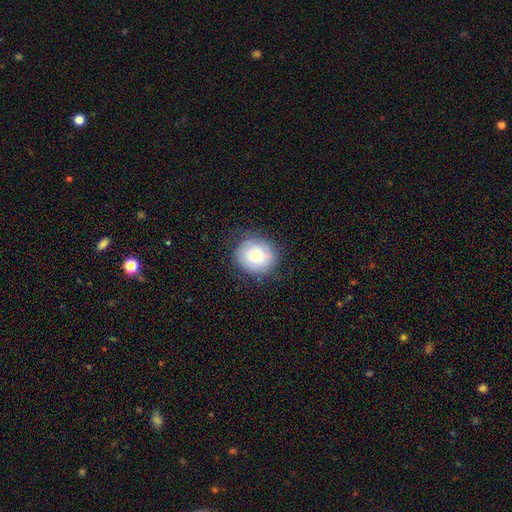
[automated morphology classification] smooth-or-featured: smooth: 72% | featured or disk: 19% | star or artifact: 9%
  how-rounded: round: 78% | in between: 21% | cigar-shaped: 1%
  merging: none: 79% | minor disturbance: 15% | major disturbance: 5% | merger: 1%